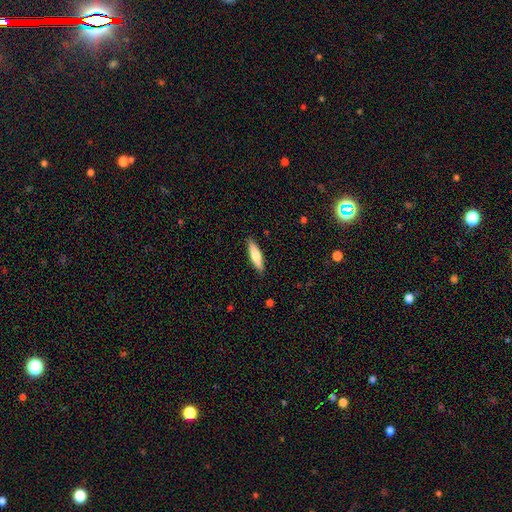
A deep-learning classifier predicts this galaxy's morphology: type=smooth (65%); roundness=cigar-shaped (71%); merging=none (89%).